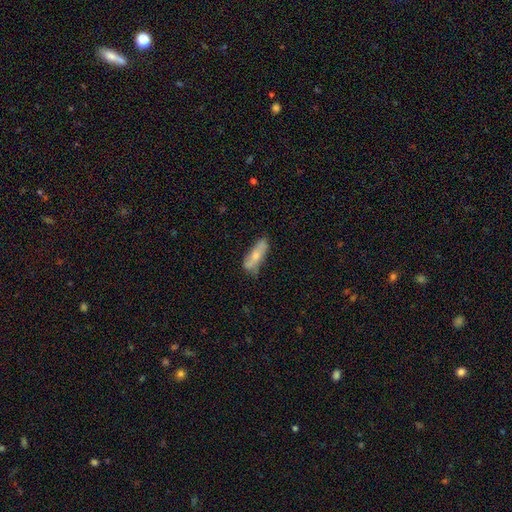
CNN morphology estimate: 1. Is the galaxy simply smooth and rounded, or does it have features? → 61% smooth, 32% featured or disk, 6% star or artifact.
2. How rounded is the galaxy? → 52% cigar-shaped, 45% in between, 3% round.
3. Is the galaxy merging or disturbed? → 63% none, 27% minor disturbance, 6% major disturbance, 4% merger.